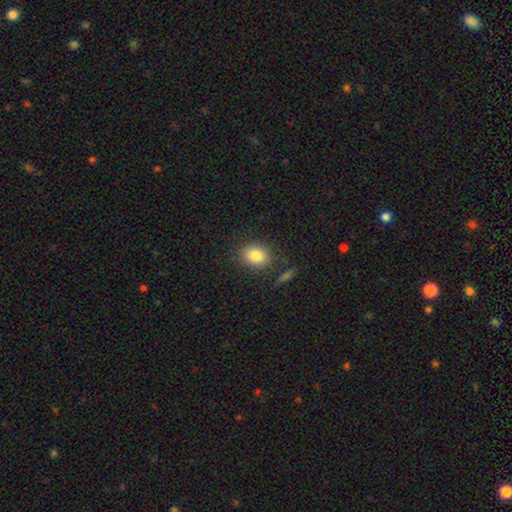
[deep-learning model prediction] Smooth or featured: smooth — 83% (star or artifact — 9%)
How rounded: in between — 50% (round — 49%)
Merging: none — 83% (minor disturbance — 10%)